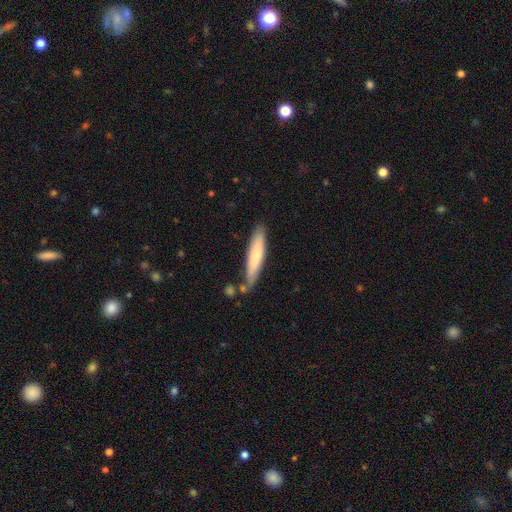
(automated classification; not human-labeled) Q: Smooth or featured?
A: smooth (69%); runner-up: featured or disk (26%)
Q: How rounded?
A: cigar-shaped (88%); runner-up: in between (11%)
Q: Merging?
A: none (74%); runner-up: minor disturbance (16%)